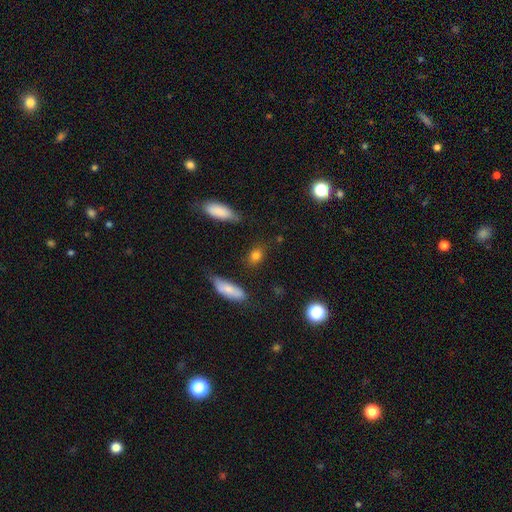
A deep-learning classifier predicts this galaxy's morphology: The model was most divided on "how rounded": in between: 65%, round: 29%, cigar-shaped: 6%. More confident: smooth or featured — smooth (82%); merging — none (74%).